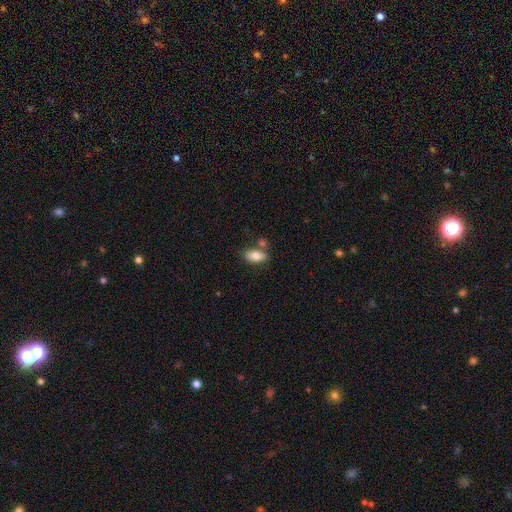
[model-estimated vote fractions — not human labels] Smooth or featured?
  - smooth: 79% *
  - featured or disk: 14%
  - star or artifact: 7%
How rounded?
  - in between: 90% *
  - round: 6%
  - cigar-shaped: 4%
Merging?
  - none: 65% *
  - merger: 17%
  - minor disturbance: 14%
  - major disturbance: 4%